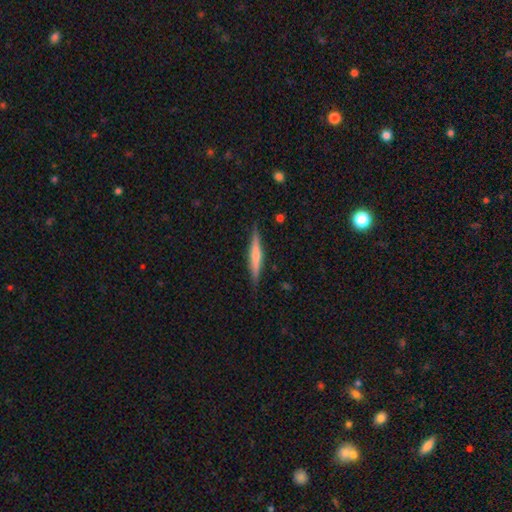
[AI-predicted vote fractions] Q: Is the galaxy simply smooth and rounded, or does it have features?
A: featured or disk — 50%.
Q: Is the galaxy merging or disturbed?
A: none — 88%.